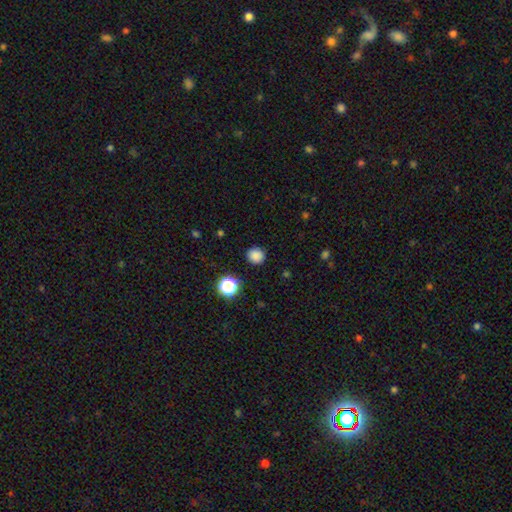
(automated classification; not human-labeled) smooth-or-featured: smooth: 84% | star or artifact: 13% | featured or disk: 3%
  how-rounded: round: 89% | in between: 10% | cigar-shaped: 1%
  merging: none: 89% | minor disturbance: 7% | major disturbance: 2% | merger: 1%